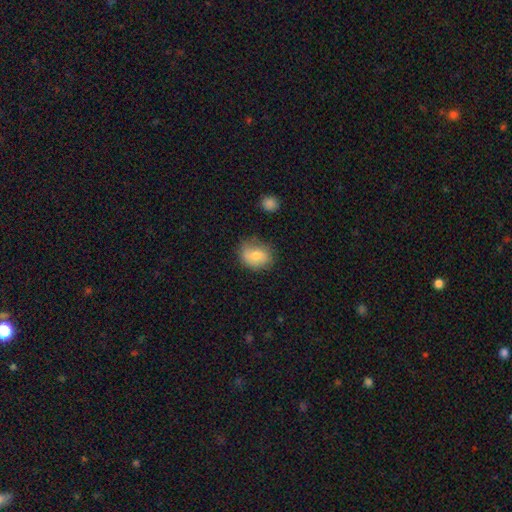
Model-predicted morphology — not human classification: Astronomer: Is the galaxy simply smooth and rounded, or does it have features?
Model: smooth — 71%.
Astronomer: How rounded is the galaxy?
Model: in between — 54% (runner-up: round, 45%).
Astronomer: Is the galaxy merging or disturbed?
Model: none — 67%.